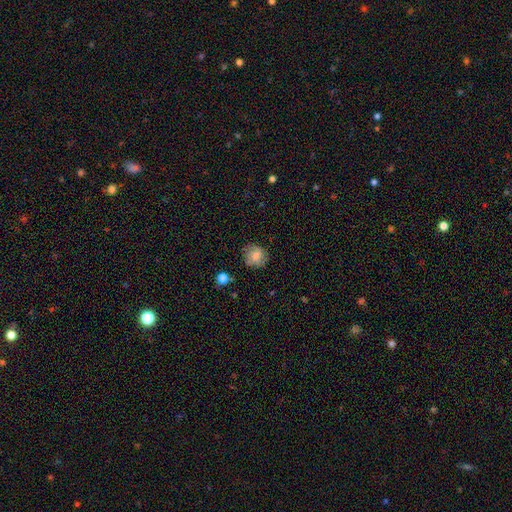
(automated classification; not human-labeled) Smooth or featured?
  - smooth: 72% *
  - featured or disk: 19%
  - star or artifact: 9%
How rounded?
  - round: 85% *
  - in between: 14%
  - cigar-shaped: 1%
Merging?
  - none: 79% *
  - minor disturbance: 16%
  - major disturbance: 4%
  - merger: 1%